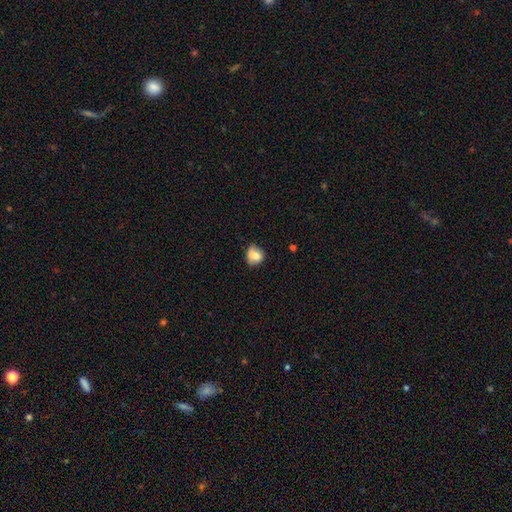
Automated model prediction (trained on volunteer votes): A smooth galaxy with no disk features (73%) that is round (74%). Merging: none (58%).